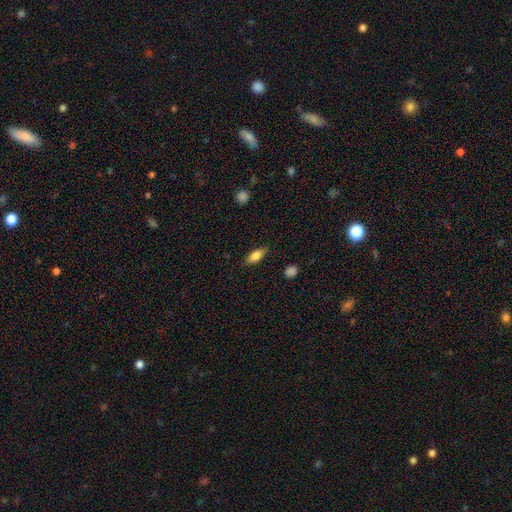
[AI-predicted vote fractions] smooth-or-featured: smooth: 76% | featured or disk: 16% | star or artifact: 7%
  how-rounded: in between: 79% | cigar-shaped: 17% | round: 4%
  merging: none: 84% | minor disturbance: 12% | major disturbance: 3% | merger: 1%